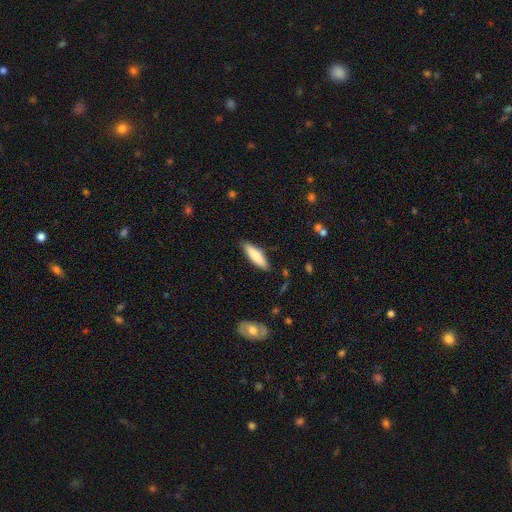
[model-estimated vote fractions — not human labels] Smooth or featured: smooth — 81% (featured or disk — 13%)
How rounded: cigar-shaped — 59% (in between — 39%)
Merging: none — 86% (minor disturbance — 10%)